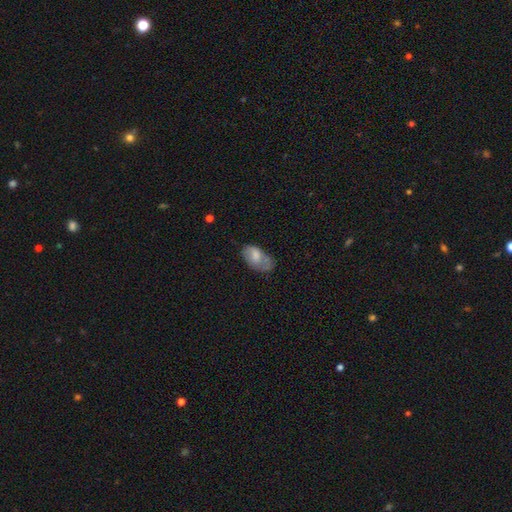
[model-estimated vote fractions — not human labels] This appears to be a smooth galaxy with no disk features (69%) that is in between round and cigar-shaped (93%). Merging: none (39%).